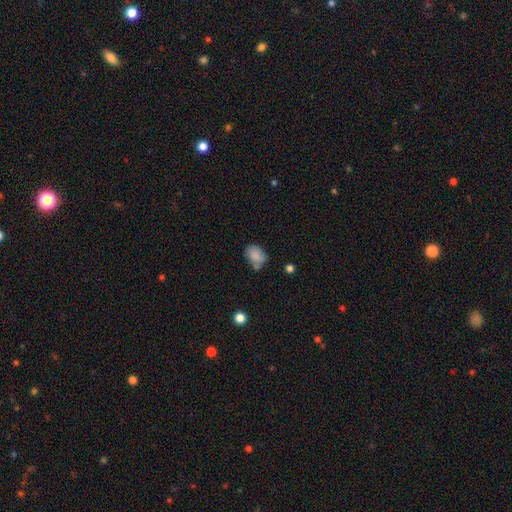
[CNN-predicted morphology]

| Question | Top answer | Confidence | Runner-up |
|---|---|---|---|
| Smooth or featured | smooth | 83% | star or artifact (9%) |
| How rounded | in between | 72% | round (26%) |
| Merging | none | 54% | minor disturbance (28%) |